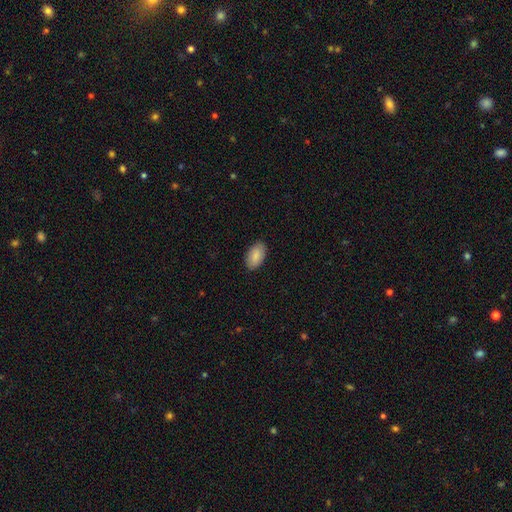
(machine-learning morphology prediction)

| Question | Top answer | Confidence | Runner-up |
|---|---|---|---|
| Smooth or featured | smooth | 87% | featured or disk (7%) |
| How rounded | in between | 95% | round (4%) |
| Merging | none | 88% | minor disturbance (9%) |